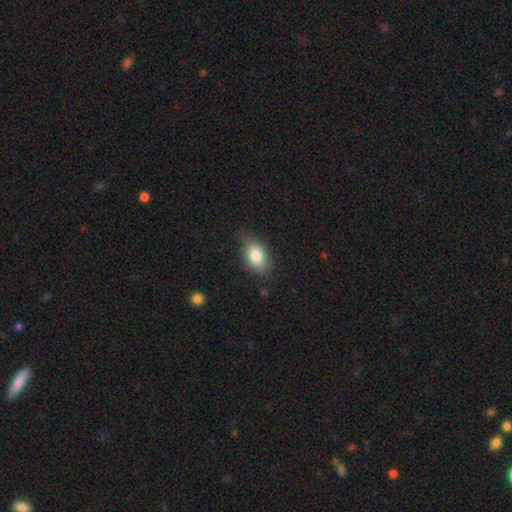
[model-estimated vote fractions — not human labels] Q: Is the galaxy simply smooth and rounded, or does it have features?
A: smooth — 81%.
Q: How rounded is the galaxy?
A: in between — 88%.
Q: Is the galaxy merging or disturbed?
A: none — 70%.